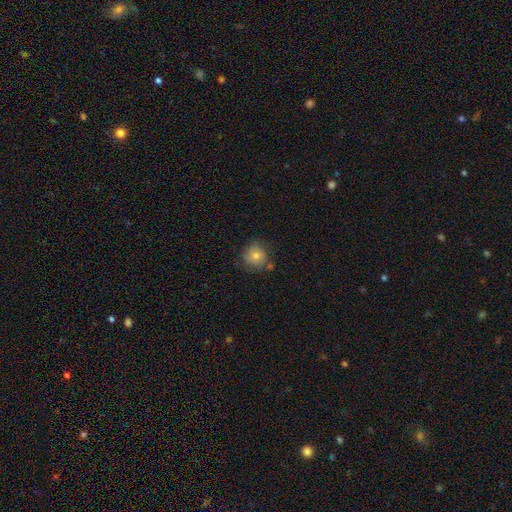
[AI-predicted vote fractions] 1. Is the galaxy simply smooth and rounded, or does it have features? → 71% smooth, 19% featured or disk, 10% star or artifact.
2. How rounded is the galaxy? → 88% round, 11% in between, 1% cigar-shaped.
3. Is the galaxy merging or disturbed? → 67% none, 21% minor disturbance, 7% major disturbance, 6% merger.